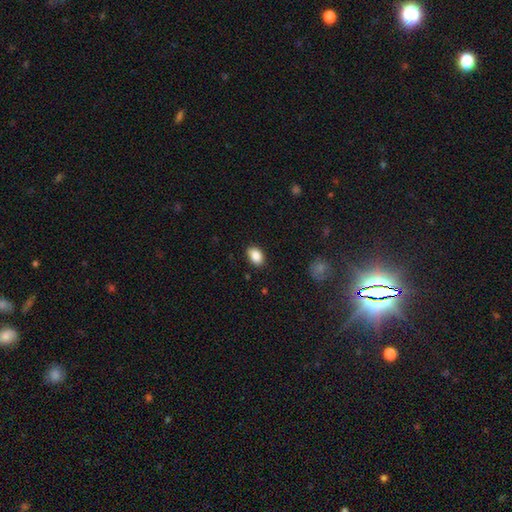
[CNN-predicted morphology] This is clearly a smooth galaxy (88%). How rounded: clearly in between (86%). Merging: clearly none (86%).